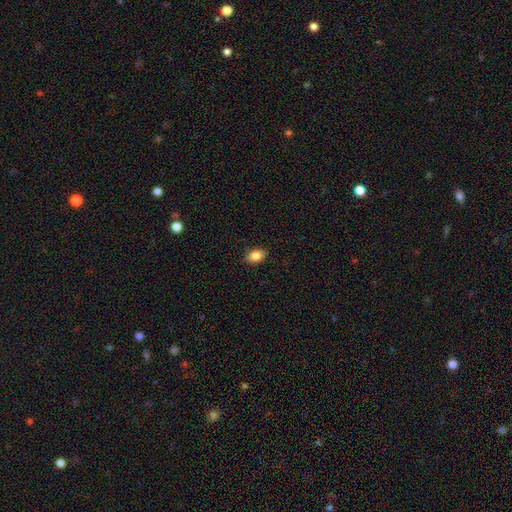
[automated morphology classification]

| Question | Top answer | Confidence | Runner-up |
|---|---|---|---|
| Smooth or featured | smooth | 85% | star or artifact (8%) |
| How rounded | in between | 83% | round (15%) |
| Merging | none | 88% | minor disturbance (9%) |